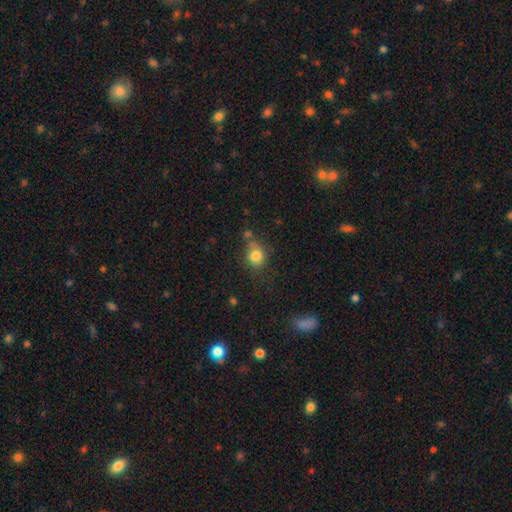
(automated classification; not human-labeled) Smooth or featured?
  - smooth: 81% *
  - star or artifact: 11%
  - featured or disk: 8%
How rounded?
  - round: 71% *
  - in between: 28%
  - cigar-shaped: 1%
Merging?
  - none: 61% *
  - minor disturbance: 21%
  - merger: 11%
  - major disturbance: 7%